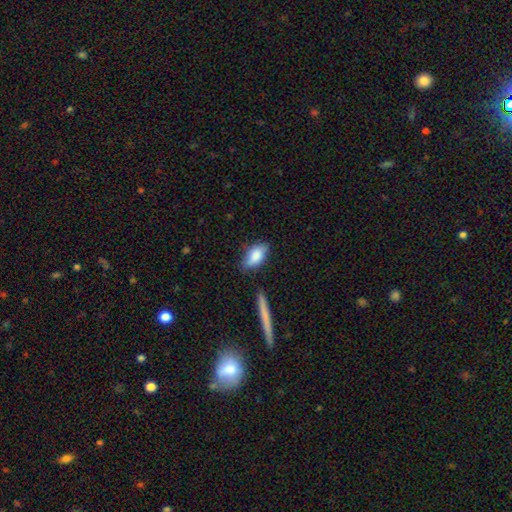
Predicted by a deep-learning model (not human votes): Overall: smooth (82%). How rounded: in between (87%). Merging: none (73%).